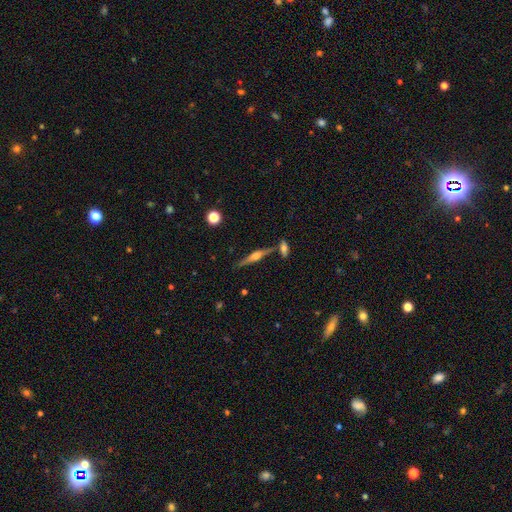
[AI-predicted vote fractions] smooth-or-featured: featured or disk: 74% | smooth: 19% | star or artifact: 7%
  disk-edge-on: yes: 97% | no: 3%
    edge-on-bulge: rounded: 86% | boxy: 10% | none: 4%
  merging: none: 78% | merger: 10% | minor disturbance: 10% | major disturbance: 3%